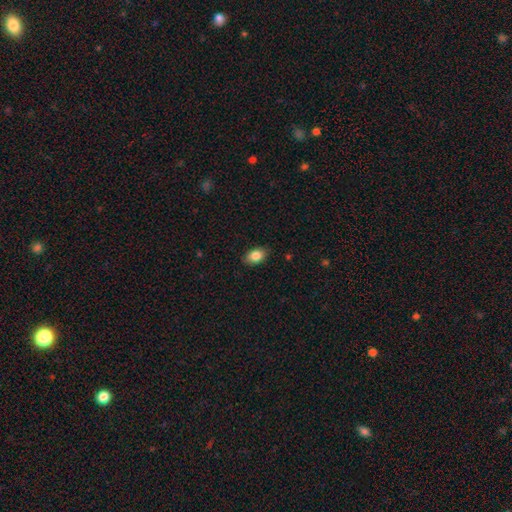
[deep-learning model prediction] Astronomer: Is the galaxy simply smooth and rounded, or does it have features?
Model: smooth — 85%.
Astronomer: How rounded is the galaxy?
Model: in between — 86%.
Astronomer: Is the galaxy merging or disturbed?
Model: none — 86%.